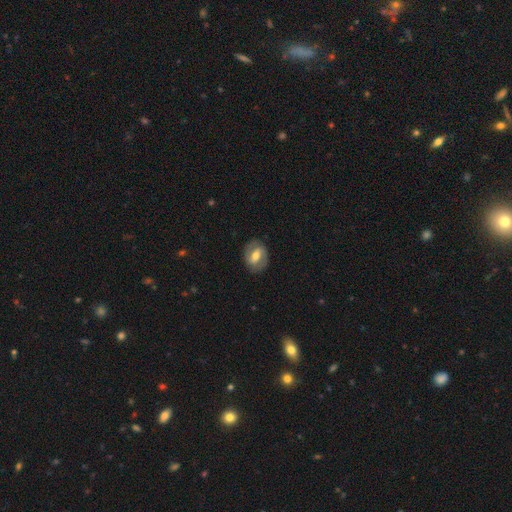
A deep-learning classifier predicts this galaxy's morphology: smooth_or_featured: featured or disk (p=0.67) [alt: smooth p=0.27]
disk_edge_on: no (p=0.96) [alt: yes p=0.04]
bar: weak (p=0.43) [alt: strong p=0.39]
has_spiral_arms: yes (p=0.75) [alt: no p=0.25]
bulge_size: moderate (p=0.66) [alt: small p=0.24]
merging: none (p=0.83) [alt: minor disturbance p=0.11]